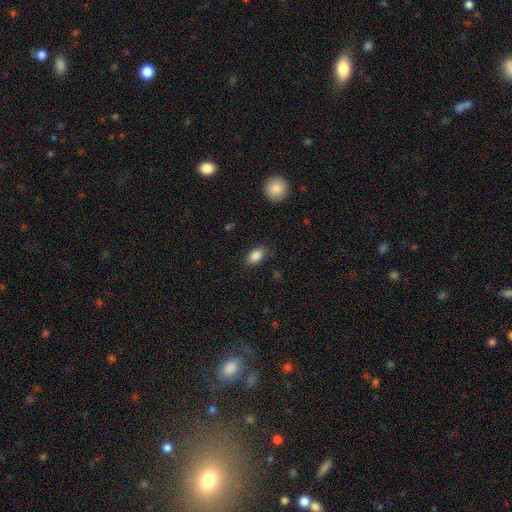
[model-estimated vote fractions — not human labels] A smooth galaxy with no disk features (87%) that is in between round and cigar-shaped (90%).

Vote fractions:
- Smooth or featured? smooth: 87% / star or artifact: 8% / featured or disk: 5%
- How rounded? in between: 90% / round: 6% / cigar-shaped: 3%
- Merging? none: 85% / minor disturbance: 11% / major disturbance: 3% / merger: 1%